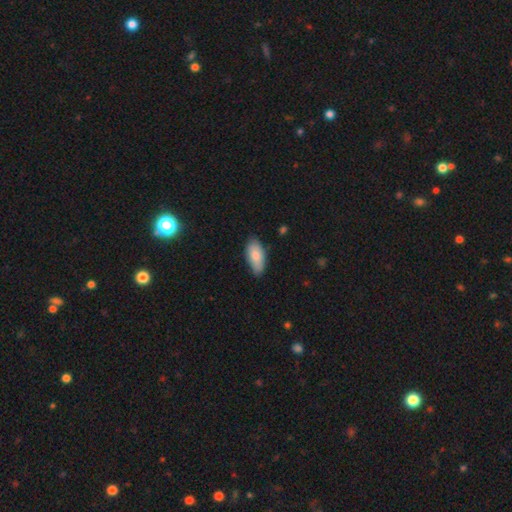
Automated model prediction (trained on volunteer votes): Smooth or featured?
  - smooth: 83% *
  - featured or disk: 11%
  - star or artifact: 6%
How rounded?
  - in between: 91% *
  - cigar-shaped: 7%
  - round: 2%
Merging?
  - none: 76% *
  - minor disturbance: 20%
  - major disturbance: 3%
  - merger: 1%